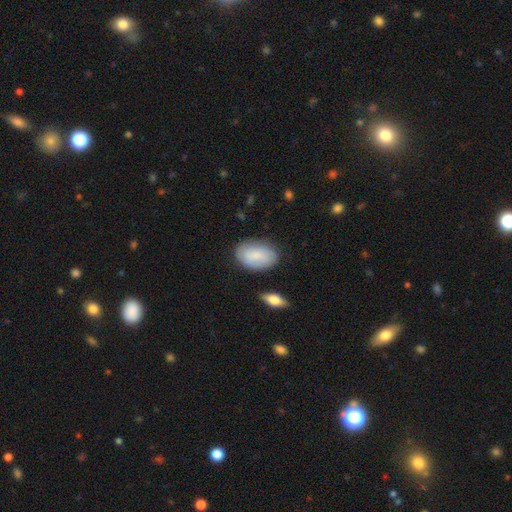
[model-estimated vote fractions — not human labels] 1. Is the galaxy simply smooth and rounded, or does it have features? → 75% smooth, 19% featured or disk, 6% star or artifact.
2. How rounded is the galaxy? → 90% in between, 8% round, 1% cigar-shaped.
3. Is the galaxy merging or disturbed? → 79% none, 15% minor disturbance, 3% major disturbance, 2% merger.